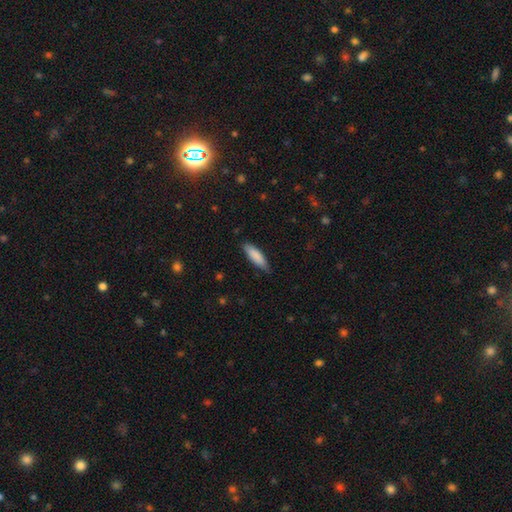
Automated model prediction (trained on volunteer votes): Smooth or featured? smooth (86%)
How rounded? cigar-shaped (54%)
Merging? none (81%)